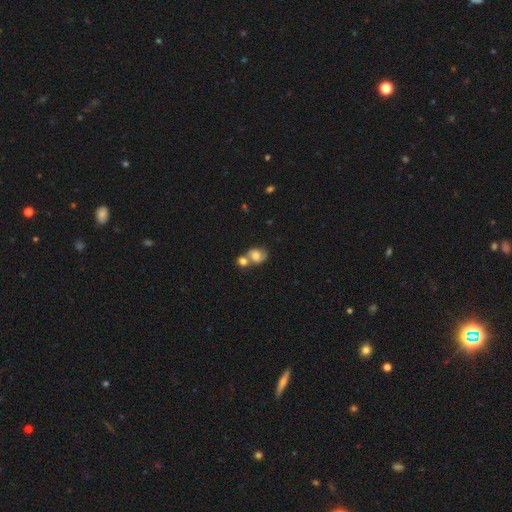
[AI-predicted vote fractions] Smooth or featured: smooth — 53% (featured or disk — 37%)
How rounded: round — 56% (in between — 42%)
Merging: merger — 49% (none — 34%)